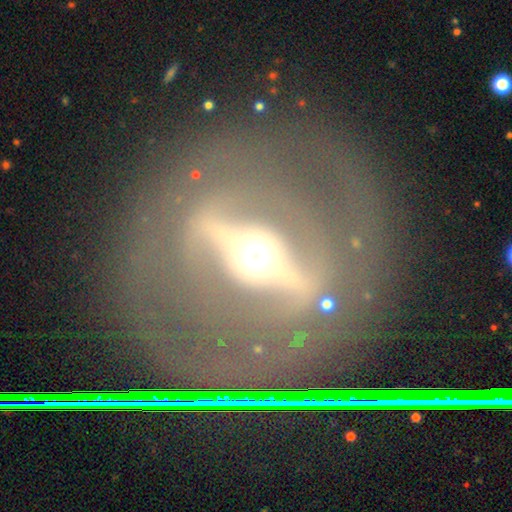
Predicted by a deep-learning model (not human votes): Smooth or featured?
  - featured or disk: 83% *
  - smooth: 10%
  - star or artifact: 7%
Edge-on disk?
  - no: 81% *
  - yes: 19%
Bar?
  - strong: 77% *
  - weak: 13%
  - no: 10%
Spiral arms?
  - yes: 60% *
  - no: 40%
Bulge size?
  - moderate: 61% *
  - large: 19%
  - small: 14%
  - dominant: 4%
  - none: 1%
Merging?
  - none: 73% *
  - major disturbance: 14%
  - minor disturbance: 11%
  - merger: 3%